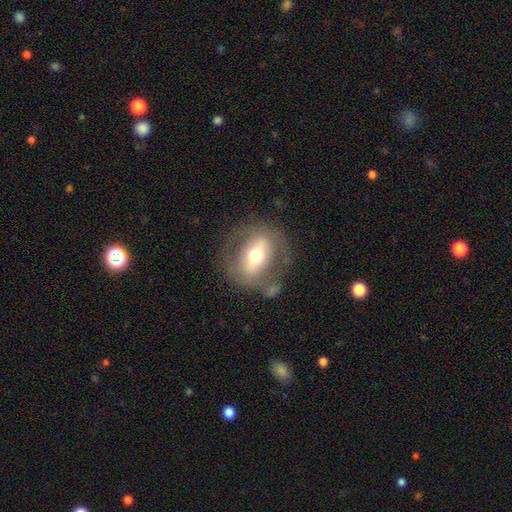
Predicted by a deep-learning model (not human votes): This is possibly a featured or disk galaxy (52%). It is clearly not viewed edge-on (83%). Merging: likely none (70%).